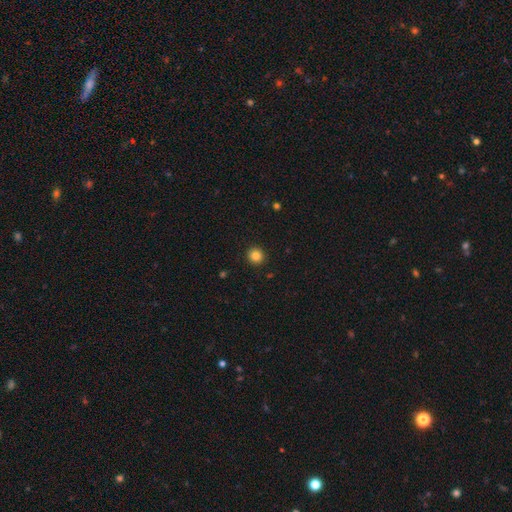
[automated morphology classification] smooth 84%, star or artifact 11%, featured or disk 5%. Down the decision tree: how rounded — round (93%); merging — none (93%).